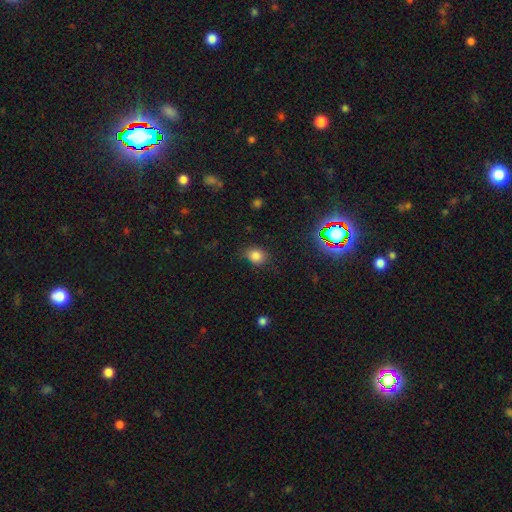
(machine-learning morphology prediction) Smooth or featured? Predicted: smooth (p=0.79). How rounded? Predicted: round (p=0.53). Merging? Predicted: none (p=0.75).